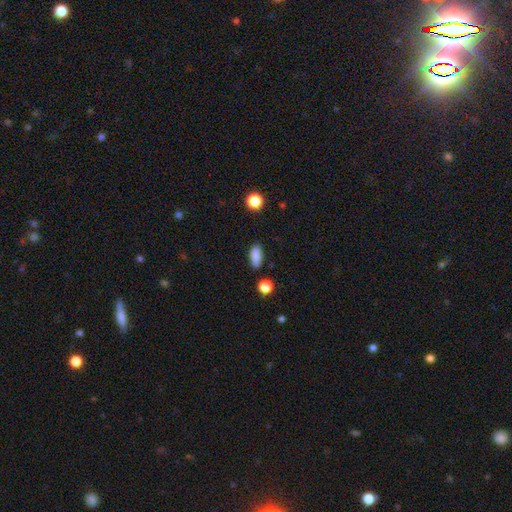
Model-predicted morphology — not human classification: Smooth or featured? Predicted: smooth (p=0.87). How rounded? Predicted: in between (p=0.85). Merging? Predicted: none (p=0.80).